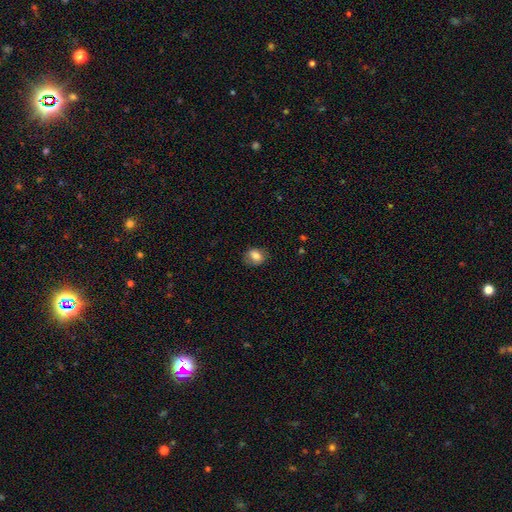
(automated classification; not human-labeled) Overall: smooth (80%). How rounded: in between (56%; round 43%). Merging: none (76%).